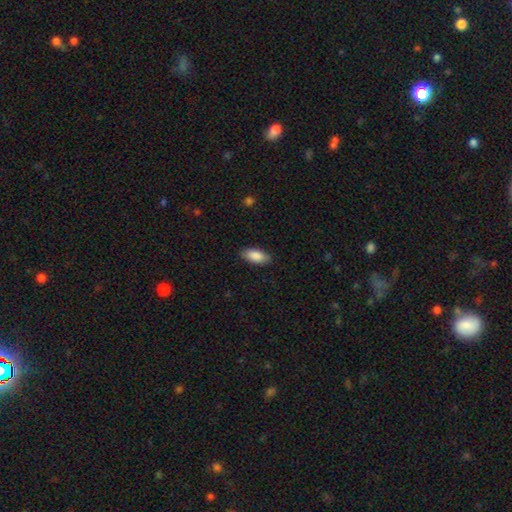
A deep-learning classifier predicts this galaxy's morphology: A smooth galaxy with no disk features (89%) that is in between round and cigar-shaped (88%). Merging: none (87%).